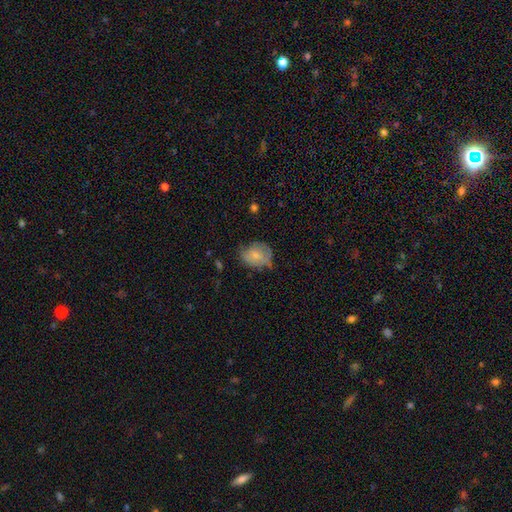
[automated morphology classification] smooth 63%, featured or disk 30%, star or artifact 8%. Down the decision tree: how rounded — in between (53%); merging — none (44%).